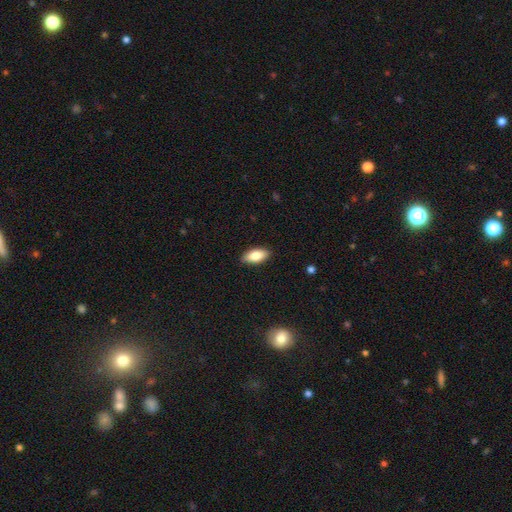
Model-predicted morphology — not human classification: A smooth galaxy with no disk features (83%) that is in between round and cigar-shaped (89%). Merging: none (89%).